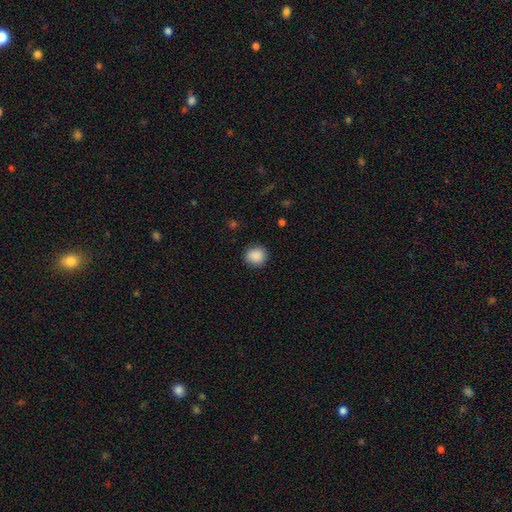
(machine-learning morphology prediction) Overall: smooth (89%). How rounded: round (86%). Merging: none (88%).